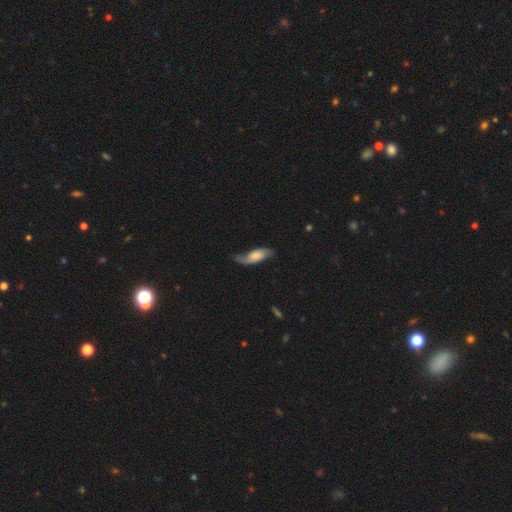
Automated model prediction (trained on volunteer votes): Morphology: type=featured or disk (52%); edge-on=no (84%); merging=none (52%).